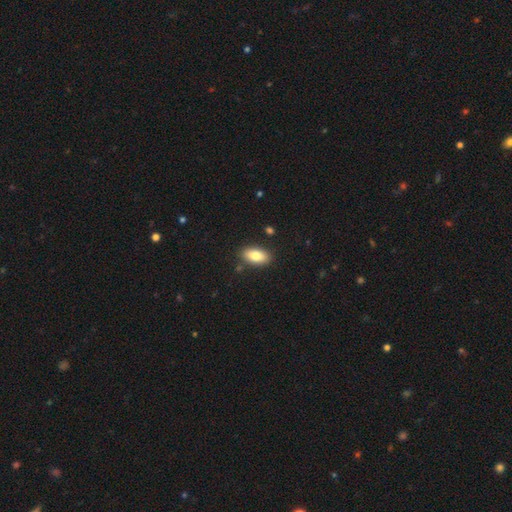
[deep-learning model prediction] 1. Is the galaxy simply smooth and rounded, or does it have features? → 83% smooth, 11% featured or disk, 7% star or artifact.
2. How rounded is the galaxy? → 91% in between, 6% cigar-shaped, 4% round.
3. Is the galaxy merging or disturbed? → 86% none, 9% minor disturbance, 2% merger, 2% major disturbance.